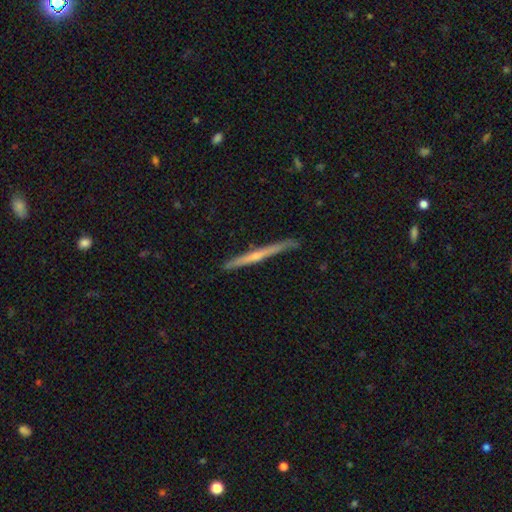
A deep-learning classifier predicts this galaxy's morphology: Smooth or featured? Predicted: featured or disk (p=0.63). Edge-on disk? Predicted: yes (p=0.97). Edge-on bulge? Predicted: rounded (p=0.52). Merging? Predicted: none (p=0.86).